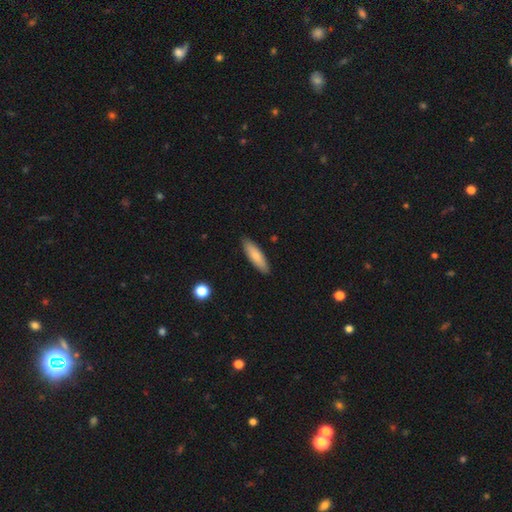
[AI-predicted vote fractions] smooth-or-featured: smooth: 80% | featured or disk: 14% | star or artifact: 6%
  how-rounded: cigar-shaped: 56% | in between: 42% | round: 2%
  merging: none: 89% | minor disturbance: 8% | major disturbance: 2% | merger: 1%